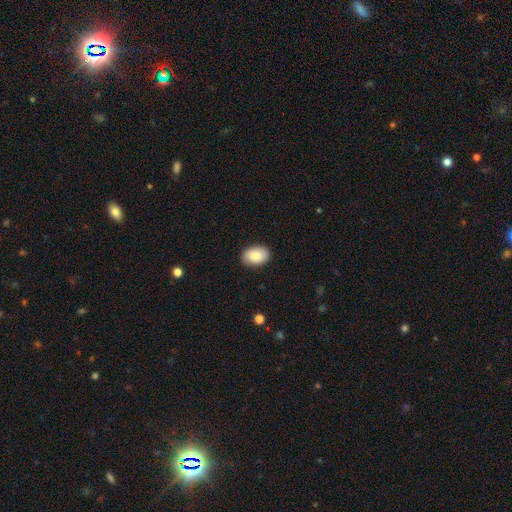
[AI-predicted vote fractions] A smooth galaxy with no disk features (86%) that is in between round and cigar-shaped (86%).

Vote fractions:
- Smooth or featured? smooth: 86% / featured or disk: 8% / star or artifact: 6%
- How rounded? in between: 86% / round: 13% / cigar-shaped: 1%
- Merging? none: 88% / minor disturbance: 9% / major disturbance: 2% / merger: 1%